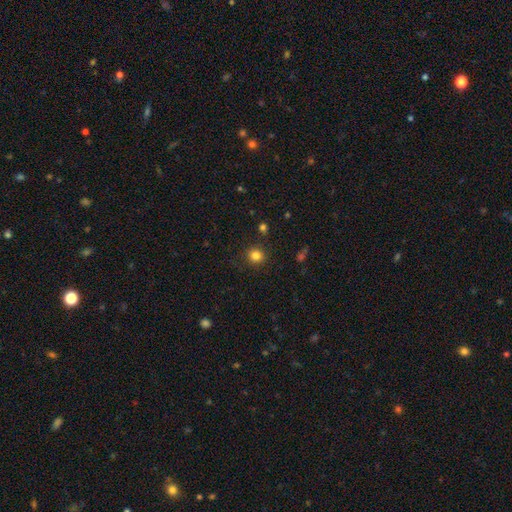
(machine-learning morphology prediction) A smooth galaxy with no disk features (83%) that is round (90%). Merging: none (89%).